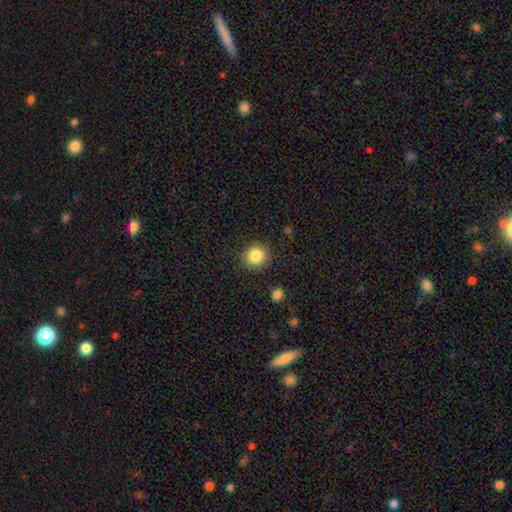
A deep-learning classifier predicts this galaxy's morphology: This is clearly a smooth galaxy (85%). How rounded: clearly round (89%). Merging: clearly none (88%).